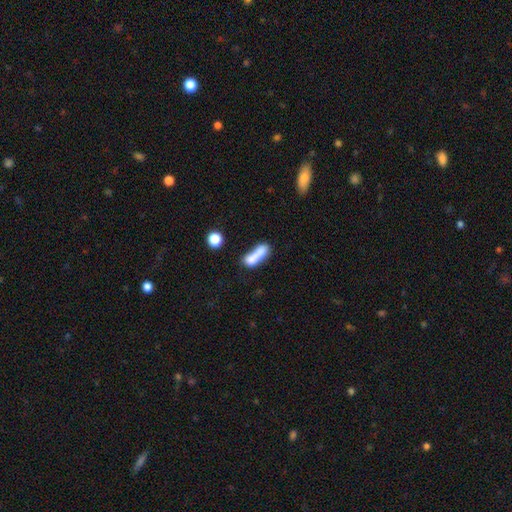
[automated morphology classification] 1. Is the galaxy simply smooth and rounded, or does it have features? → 69% smooth, 21% featured or disk, 10% star or artifact.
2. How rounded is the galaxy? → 57% in between, 36% cigar-shaped, 7% round.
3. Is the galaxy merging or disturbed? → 56% merger, 24% none, 12% minor disturbance, 9% major disturbance.